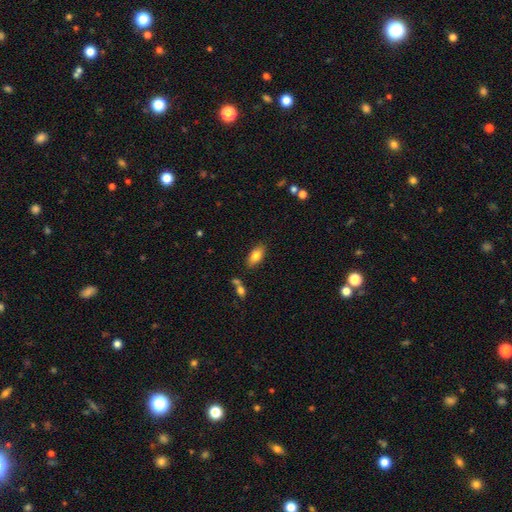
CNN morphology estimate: smooth_or_featured: smooth (p=0.81) [alt: featured or disk p=0.12]
how_rounded: in between (p=0.90) [alt: cigar-shaped p=0.07]
merging: none (p=0.82) [alt: minor disturbance p=0.11]